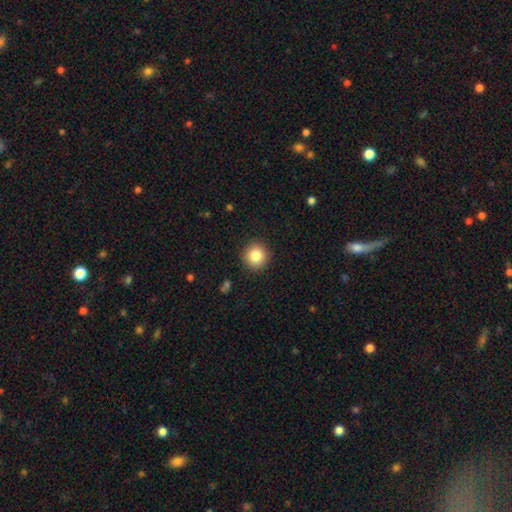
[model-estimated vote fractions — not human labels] Overall: smooth (84%). How rounded: round (93%). Merging: none (91%).